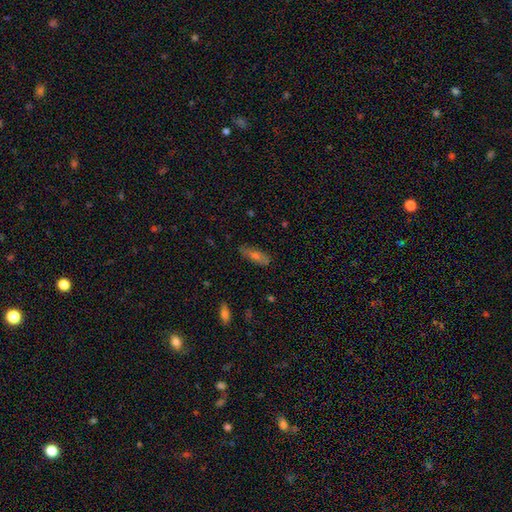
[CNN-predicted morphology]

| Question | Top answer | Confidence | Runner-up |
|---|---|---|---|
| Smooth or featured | smooth | 52% | featured or disk (32%) |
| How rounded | in between | 53% | cigar-shaped (43%) |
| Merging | none | 80% | minor disturbance (15%) |